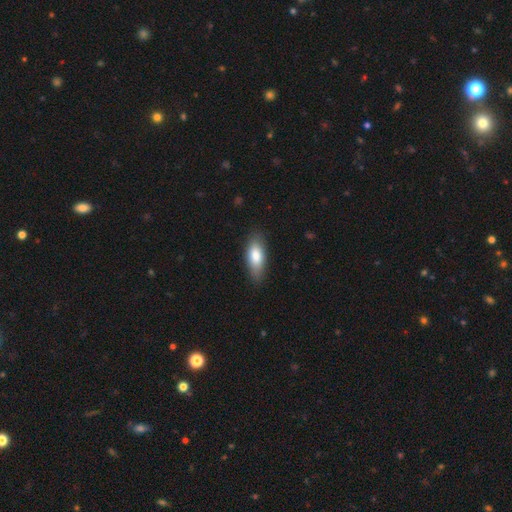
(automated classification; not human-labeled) smooth-or-featured: smooth: 79% | featured or disk: 15% | star or artifact: 6%
  how-rounded: in between: 78% | cigar-shaped: 20% | round: 3%
  merging: none: 83% | minor disturbance: 13% | major disturbance: 3% | merger: 1%